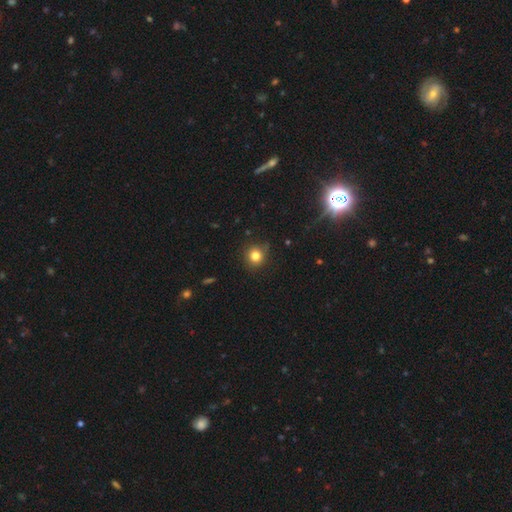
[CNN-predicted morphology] Smooth or featured? smooth (80%)
How rounded? round (90%)
Merging? none (83%)